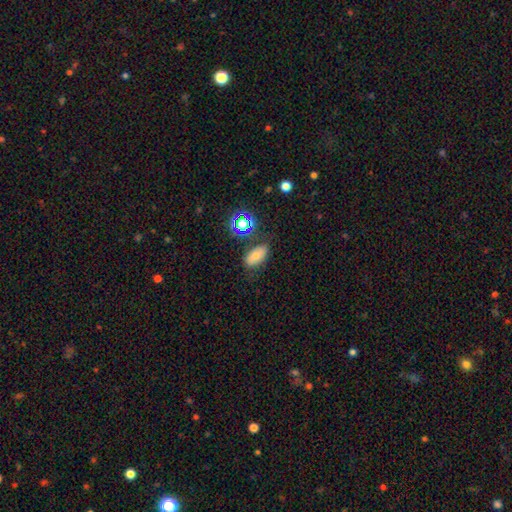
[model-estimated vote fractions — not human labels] This is likely a smooth galaxy (68%). How rounded: clearly in between (88%). Merging: likely none (74%).